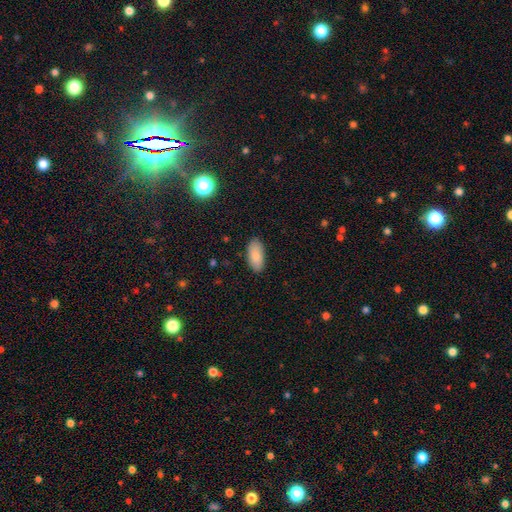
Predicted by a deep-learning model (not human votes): Smooth or featured: smooth — 88% (star or artifact — 6%)
How rounded: in between — 91% (cigar-shaped — 7%)
Merging: none — 87% (minor disturbance — 10%)